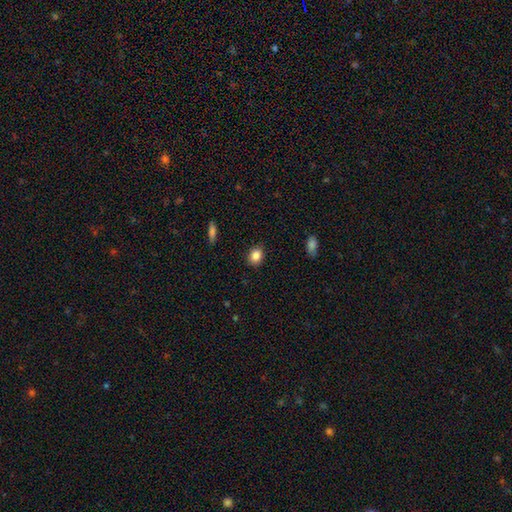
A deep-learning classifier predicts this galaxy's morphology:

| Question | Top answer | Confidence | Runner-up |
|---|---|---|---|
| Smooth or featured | smooth | 85% | star or artifact (10%) |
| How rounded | round | 55% | in between (44%) |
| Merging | none | 87% | minor disturbance (10%) |